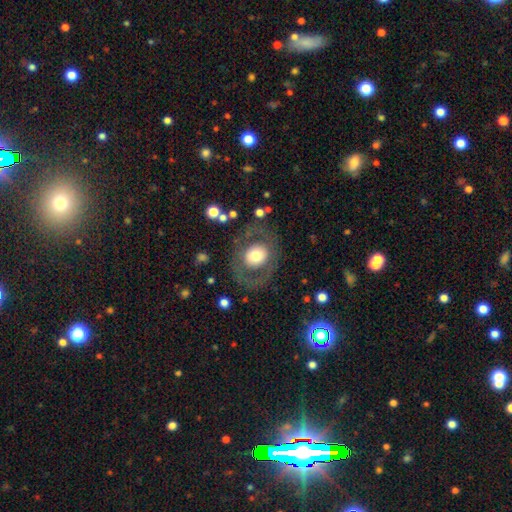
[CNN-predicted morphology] Smooth or featured? Predicted: smooth (p=0.52). How rounded? Predicted: round (p=0.69). Merging? Predicted: none (p=0.77).